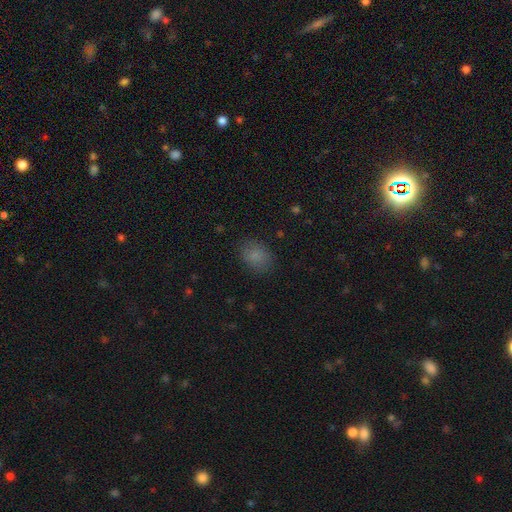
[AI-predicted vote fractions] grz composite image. It shows a smooth galaxy with no disk features (82%) that is in between round and cigar-shaped (65%). Merging: none (82%).